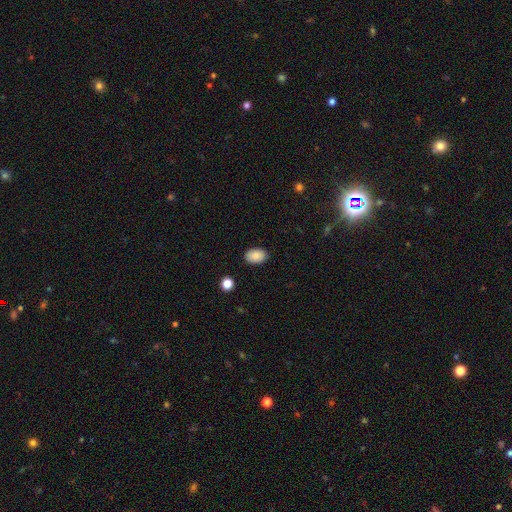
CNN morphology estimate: smooth-or-featured: smooth: 88% | star or artifact: 7% | featured or disk: 5%
  how-rounded: in between: 89% | round: 10% | cigar-shaped: 1%
  merging: none: 88% | minor disturbance: 9% | major disturbance: 2% | merger: 1%